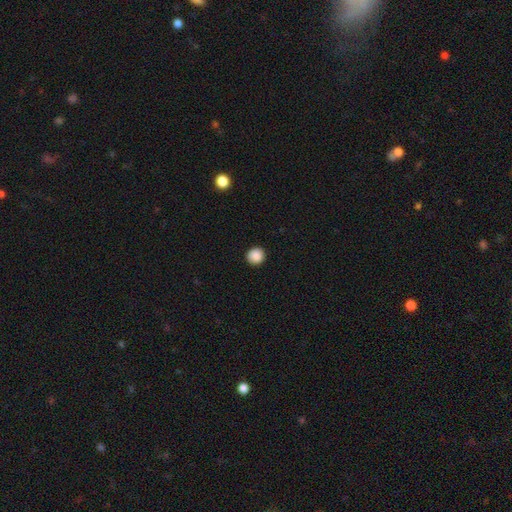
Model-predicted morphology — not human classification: smooth 89%, star or artifact 9%, featured or disk 2%. Down the decision tree: how rounded — round (93%); merging — none (92%).